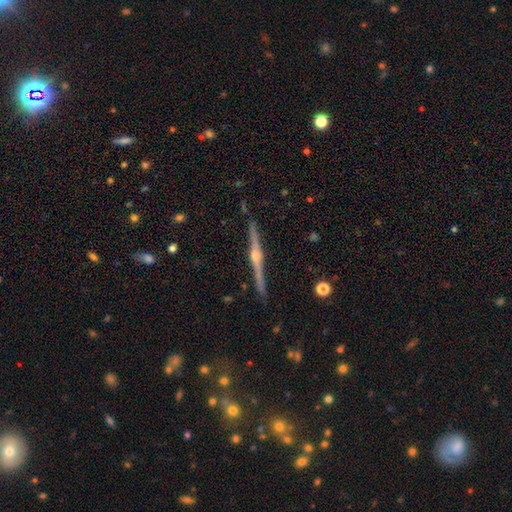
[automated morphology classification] smooth-or-featured: featured or disk: 88% | smooth: 7% | star or artifact: 5%
  disk-edge-on: yes: 99% | no: 1%
    edge-on-bulge: rounded: 94% | boxy: 3% | none: 3%
  merging: none: 91% | minor disturbance: 6% | major disturbance: 1% | merger: 1%